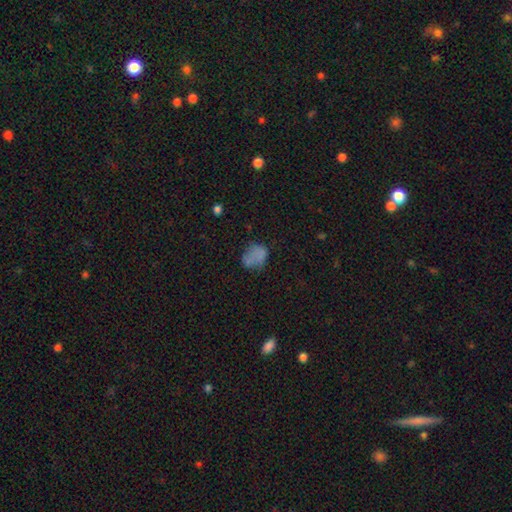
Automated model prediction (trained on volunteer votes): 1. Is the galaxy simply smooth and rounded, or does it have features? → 71% smooth, 15% featured or disk, 14% star or artifact.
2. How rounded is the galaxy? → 56% in between, 43% round, 1% cigar-shaped.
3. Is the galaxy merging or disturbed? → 51% none, 26% minor disturbance, 15% major disturbance, 8% merger.